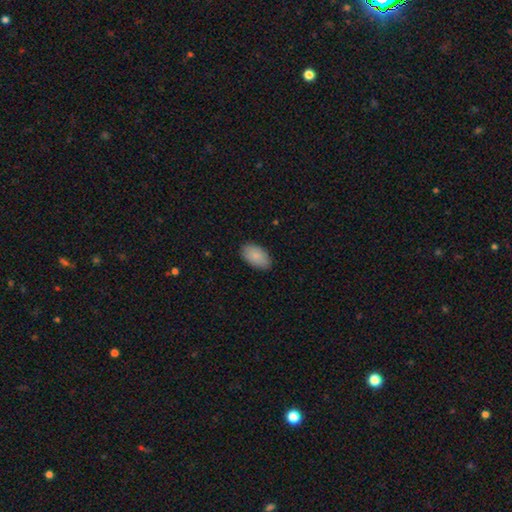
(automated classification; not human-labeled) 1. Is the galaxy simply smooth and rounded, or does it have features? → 86% smooth, 7% featured or disk, 6% star or artifact.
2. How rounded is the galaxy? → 94% in between, 4% round, 1% cigar-shaped.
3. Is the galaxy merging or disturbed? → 86% none, 11% minor disturbance, 2% major disturbance, 1% merger.